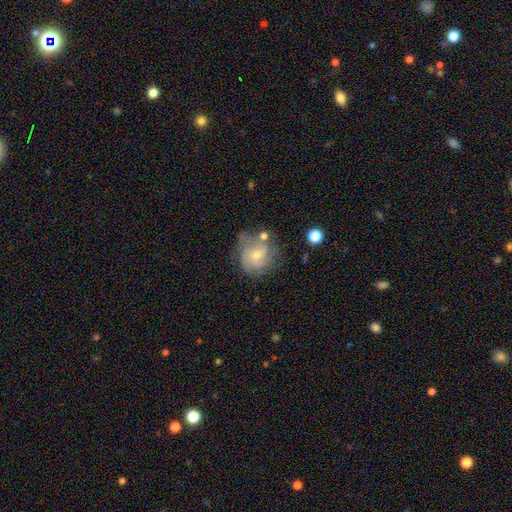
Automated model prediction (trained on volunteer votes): Smooth or featured? featured or disk (70%)
Edge-on disk? no (97%)
Bar? no (64%)
Spiral arms? yes (88%)
Spiral winding? tight (53%)
Spiral arm count? can't tell (34%)
Bulge size? small (48%)
Merging? none (63%)